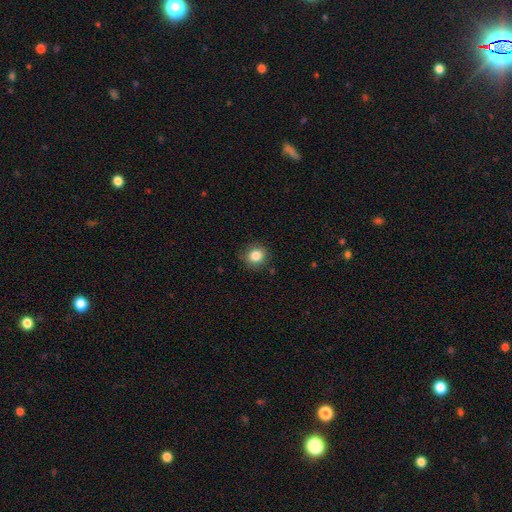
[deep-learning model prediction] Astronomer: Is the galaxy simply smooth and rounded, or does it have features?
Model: smooth — 84%.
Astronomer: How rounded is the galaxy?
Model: round — 84%.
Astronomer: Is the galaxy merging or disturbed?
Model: none — 87%.